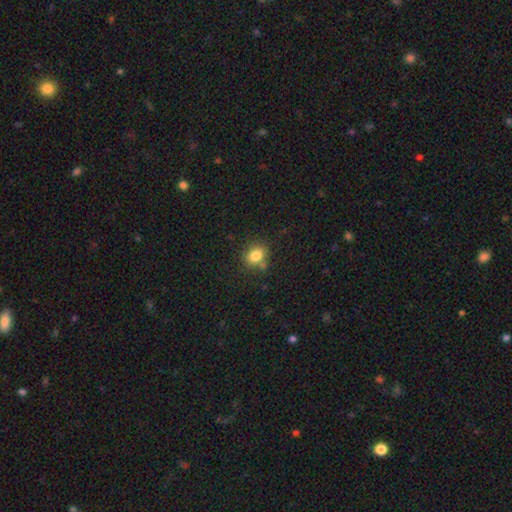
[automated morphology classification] This is clearly a smooth galaxy (82%). How rounded: possibly round (54%). Merging: likely none (71%).